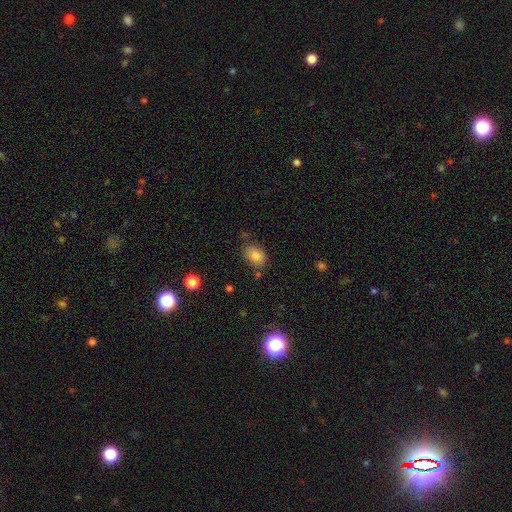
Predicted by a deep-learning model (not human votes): Q: Smooth or featured?
A: smooth (83%); runner-up: star or artifact (9%)
Q: How rounded?
A: in between (80%); runner-up: round (19%)
Q: Merging?
A: none (70%); runner-up: minor disturbance (19%)